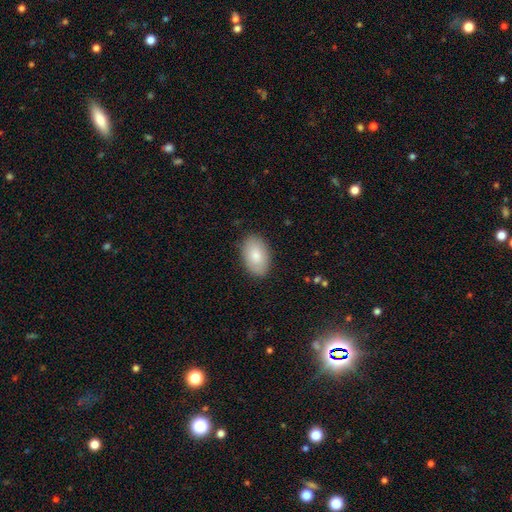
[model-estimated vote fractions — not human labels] The model was most divided on "smooth or featured": smooth: 83%, featured or disk: 11%, star or artifact: 6%. More confident: how rounded — in between (93%); merging — none (86%).